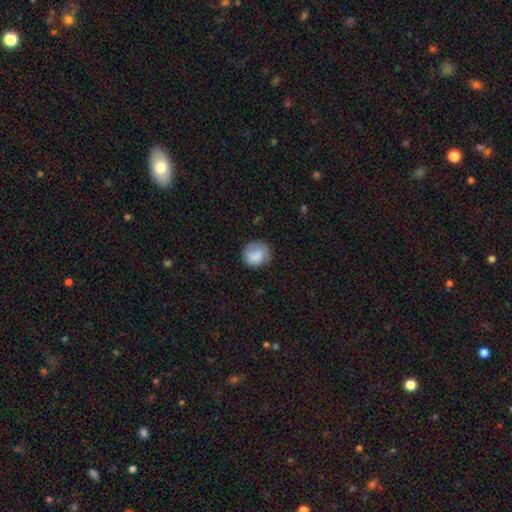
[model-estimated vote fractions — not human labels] A smooth galaxy with no disk features (83%) that is round (86%). Merging: none (71%).